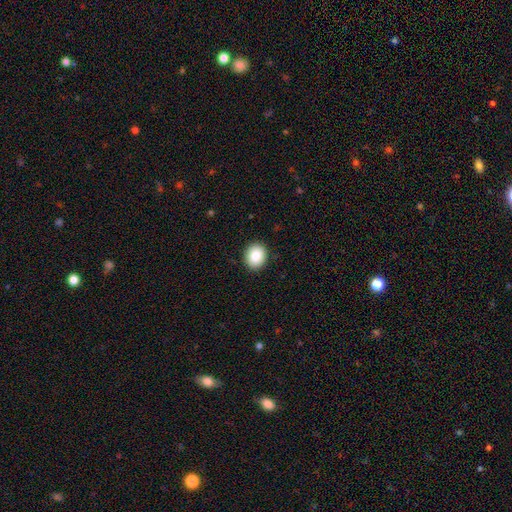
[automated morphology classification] smooth_or_featured: smooth (p=0.85) [alt: star or artifact p=0.08]
how_rounded: round (p=0.62) [alt: in between p=0.38]
merging: none (p=0.91) [alt: minor disturbance p=0.07]